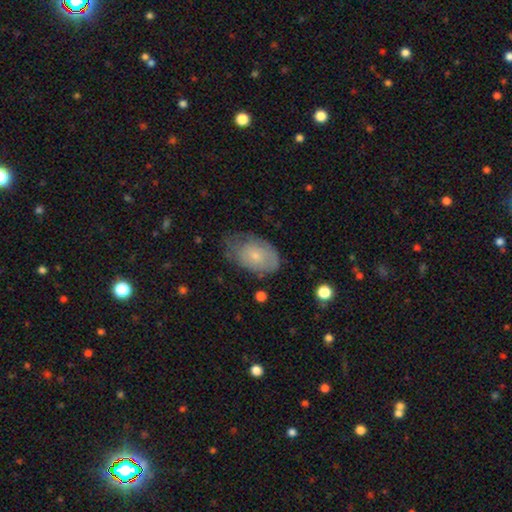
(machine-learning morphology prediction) A smooth galaxy with no disk features (63%) that is in between round and cigar-shaped (87%). Merging: none (47%).